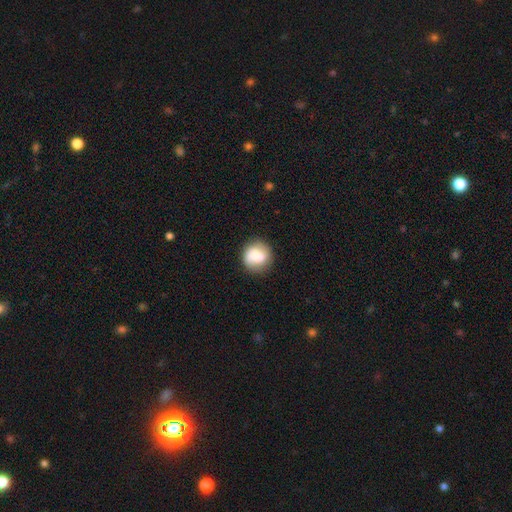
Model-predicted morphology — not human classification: Overall: smooth (70%). How rounded: round (89%). Merging: none (82%).